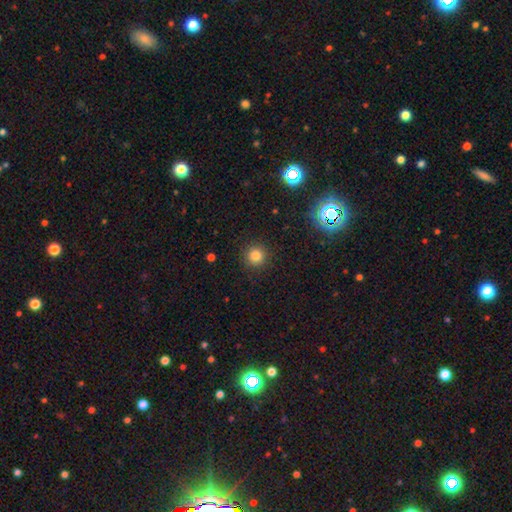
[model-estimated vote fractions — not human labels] Overall: smooth (82%). How rounded: round (94%). Merging: none (90%).